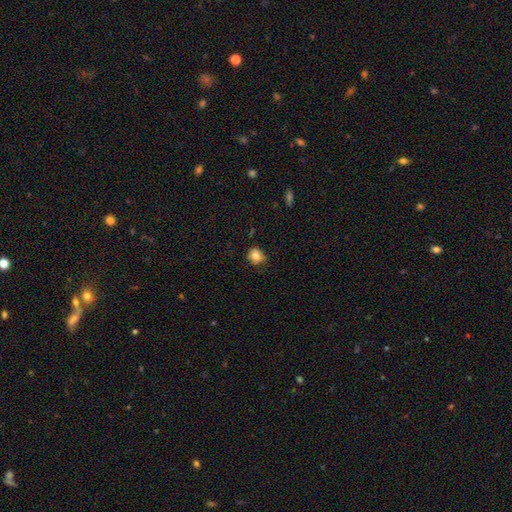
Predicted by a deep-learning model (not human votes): Q: Smooth or featured?
A: smooth (80%); runner-up: star or artifact (11%)
Q: How rounded?
A: round (75%); runner-up: in between (24%)
Q: Merging?
A: none (71%); runner-up: minor disturbance (22%)